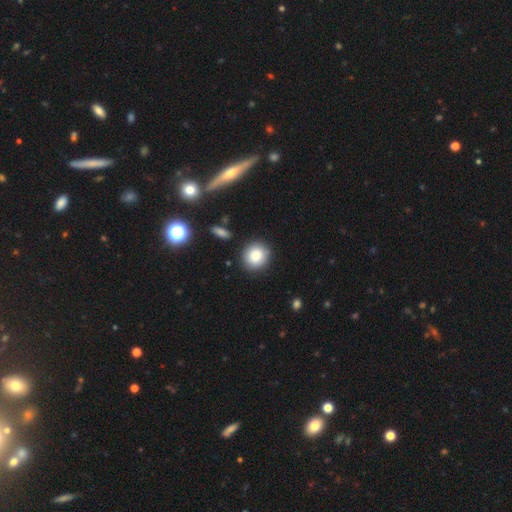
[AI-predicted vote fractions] Q: Smooth or featured?
A: smooth (84%); runner-up: star or artifact (9%)
Q: How rounded?
A: round (87%); runner-up: in between (12%)
Q: Merging?
A: none (87%); runner-up: minor disturbance (8%)